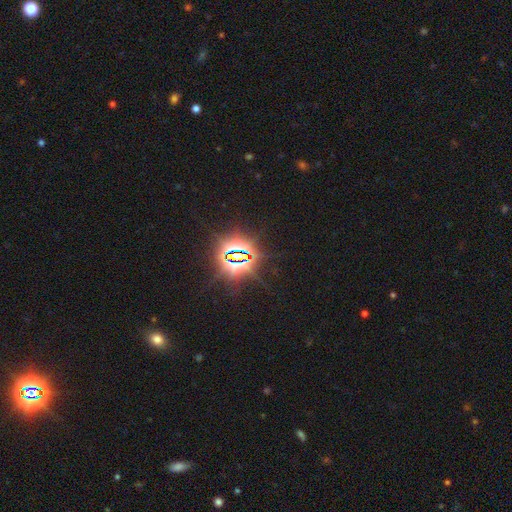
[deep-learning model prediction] star or artifact 85%, featured or disk 8%, smooth 7%.